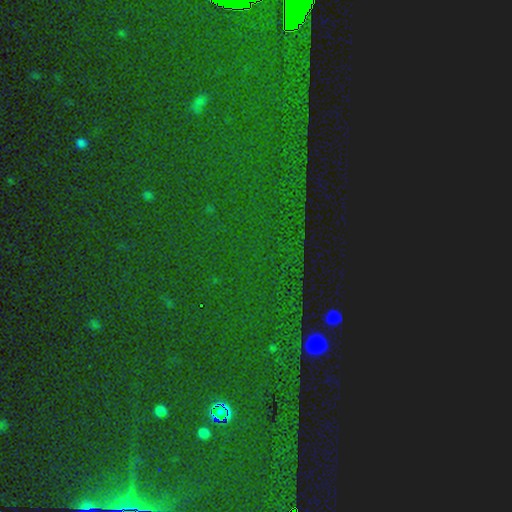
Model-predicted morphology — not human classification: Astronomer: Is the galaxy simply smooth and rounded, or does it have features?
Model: star or artifact — 87%.